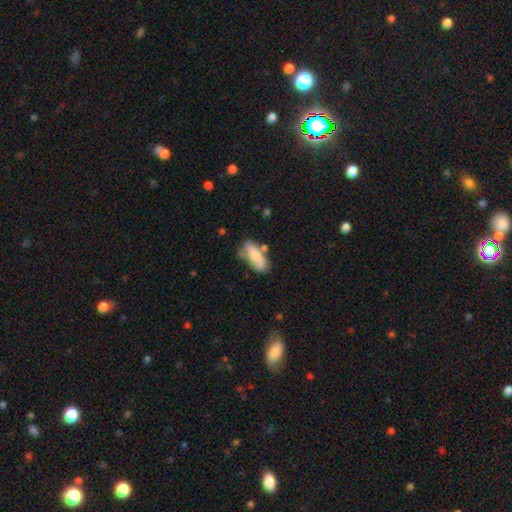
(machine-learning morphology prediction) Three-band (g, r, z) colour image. It shows a smooth galaxy with no disk features (73%) that is in between round and cigar-shaped (83%). Merging: none (48%).